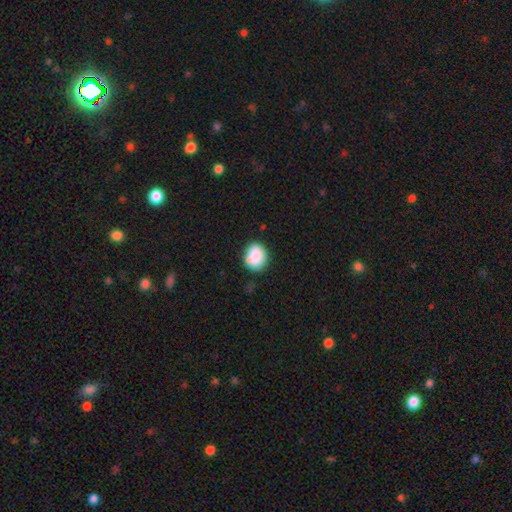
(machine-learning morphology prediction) The model was most divided on "how rounded": round: 56%, in between: 43%, cigar-shaped: 1%. More confident: smooth or featured — smooth (84%); merging — none (70%).